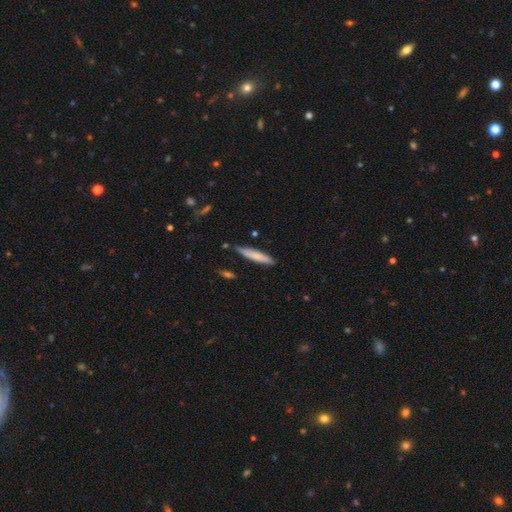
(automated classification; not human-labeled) Overall: smooth (76%). How rounded: cigar-shaped (89%). Merging: none (83%).